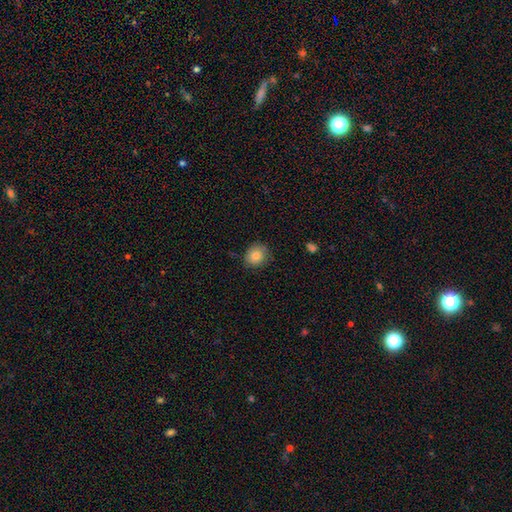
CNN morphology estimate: Q: Smooth or featured?
A: smooth (82%); runner-up: featured or disk (9%)
Q: How rounded?
A: round (73%); runner-up: in between (26%)
Q: Merging?
A: none (82%); runner-up: minor disturbance (14%)